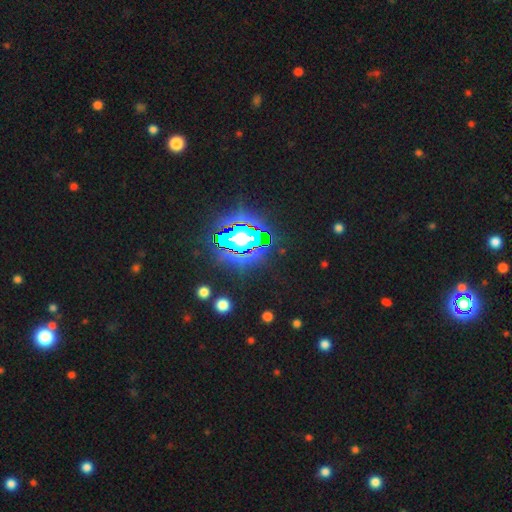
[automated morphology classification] This is clearly a star or artifact rather than a galaxy (84%).